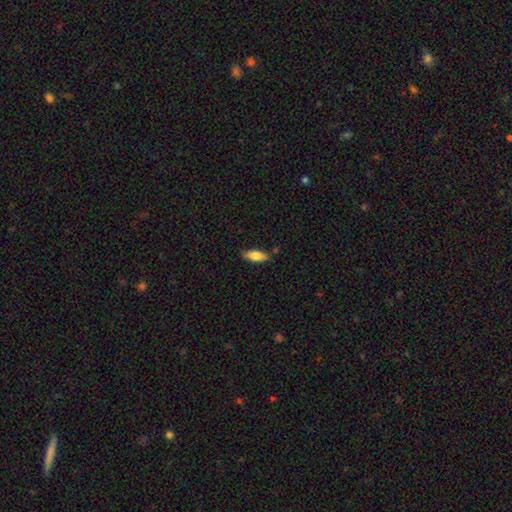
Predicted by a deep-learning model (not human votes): Smooth or featured? Predicted: smooth (p=0.80). How rounded? Predicted: in between (p=0.75). Merging? Predicted: none (p=0.82).